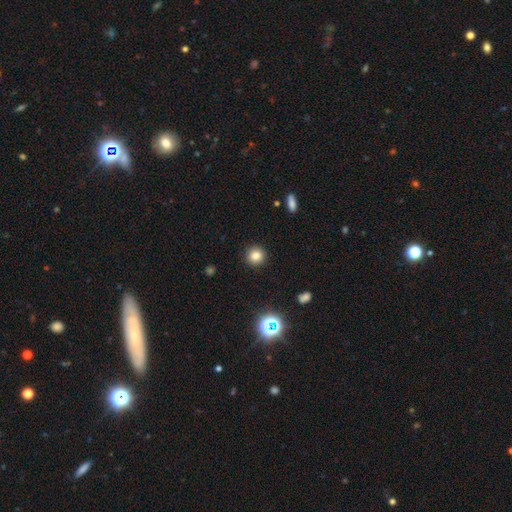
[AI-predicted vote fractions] A smooth galaxy with no disk features (81%) that is round (92%).

Vote fractions:
- Smooth or featured? smooth: 81% / star or artifact: 13% / featured or disk: 6%
- How rounded? round: 92% / in between: 7% / cigar-shaped: 1%
- Merging? none: 92% / minor disturbance: 5% / major disturbance: 2% / merger: 1%